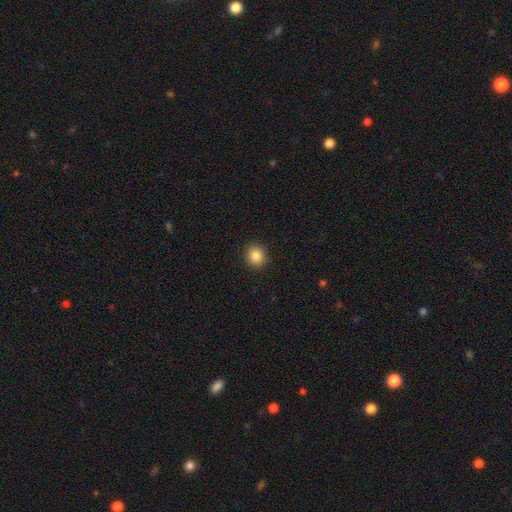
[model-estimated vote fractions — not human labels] A smooth galaxy with no disk features (85%) that is round (88%). Merging: none (92%).